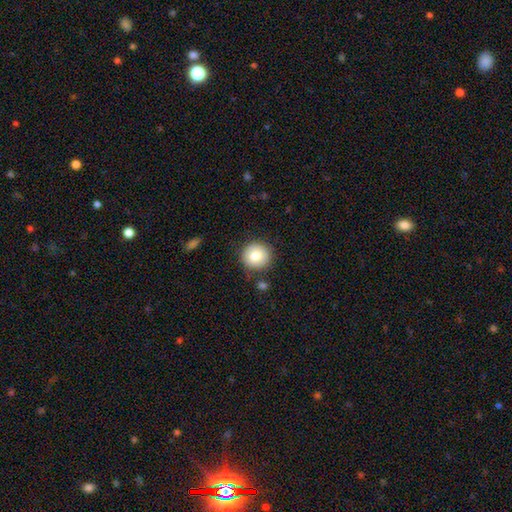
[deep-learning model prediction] Smooth or featured? smooth (80%)
How rounded? round (94%)
Merging? none (85%)